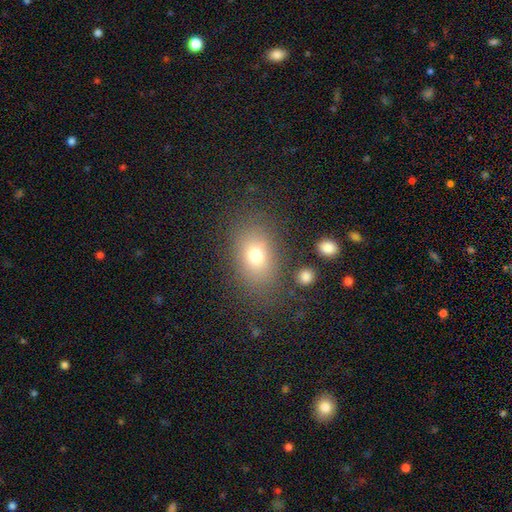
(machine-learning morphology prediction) This appears to be a smooth galaxy with no disk features (75%) that is in between round and cigar-shaped (81%). Merging: none (80%).